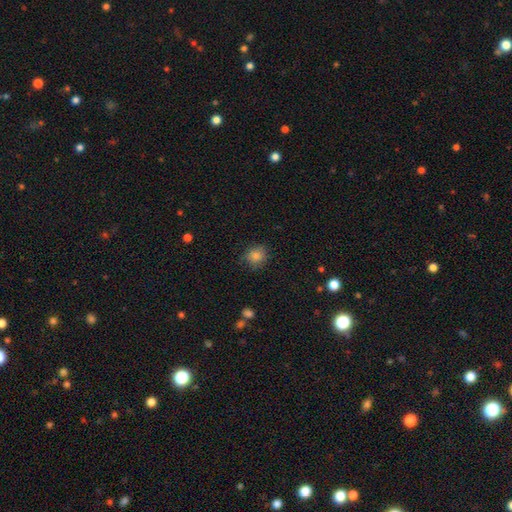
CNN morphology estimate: Smooth or featured: smooth — 79% (star or artifact — 14%)
How rounded: round — 84% (in between — 15%)
Merging: none — 78% (minor disturbance — 16%)